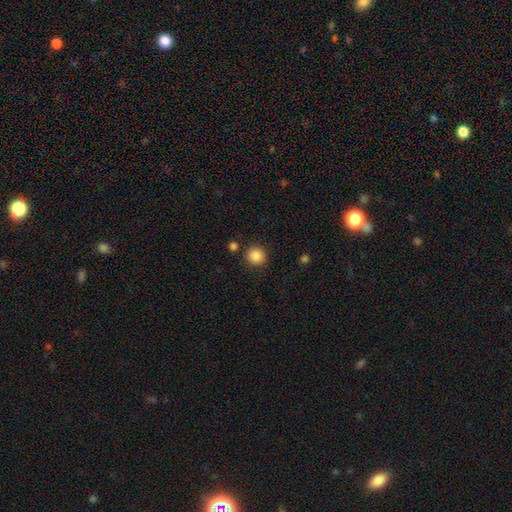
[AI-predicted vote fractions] This appears to be a smooth galaxy with no disk features (87%) that is round (90%). Merging: none (87%).